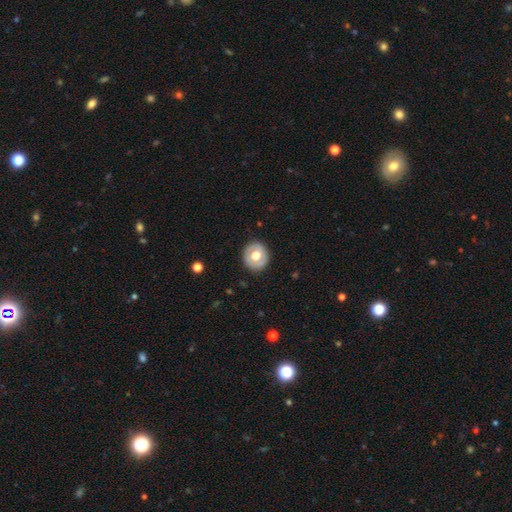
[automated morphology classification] smooth_or_featured: smooth (p=0.57) [alt: featured or disk p=0.36]
how_rounded: round (p=0.89) [alt: in between p=0.10]
merging: none (p=0.88) [alt: minor disturbance p=0.08]